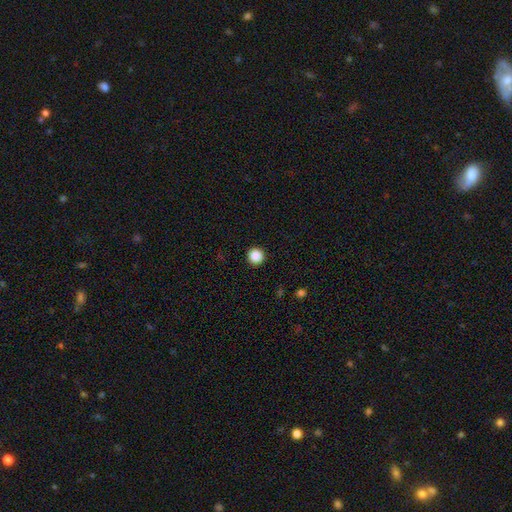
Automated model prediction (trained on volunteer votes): This appears to be a smooth galaxy with no disk features (87%) that is round (96%). Merging: none (94%).